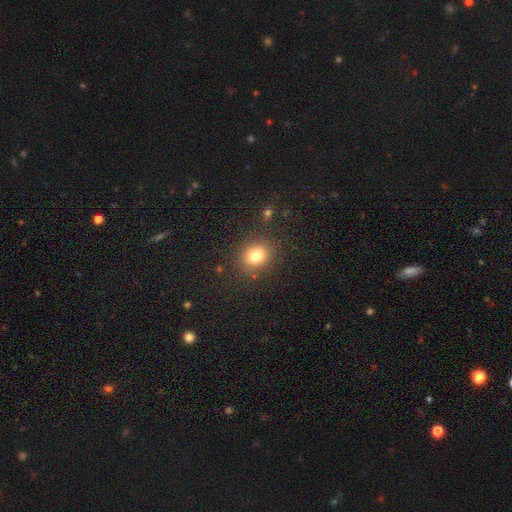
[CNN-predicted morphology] A smooth galaxy with no disk features (78%) that is round (71%). Merging: none (85%).